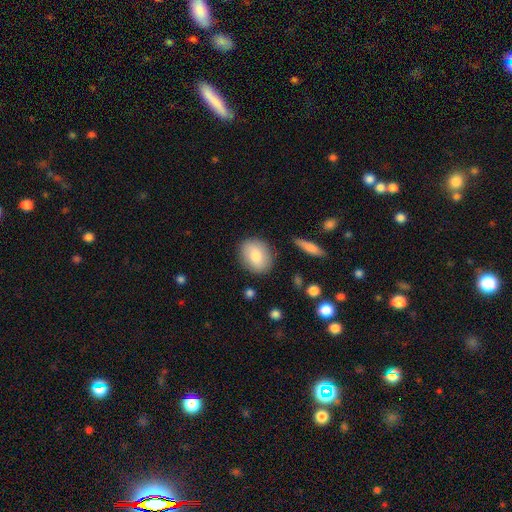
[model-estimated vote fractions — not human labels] smooth_or_featured: smooth (p=0.78) [alt: featured or disk p=0.15]
how_rounded: in between (p=0.52) [alt: round p=0.46]
merging: none (p=0.85) [alt: minor disturbance p=0.11]